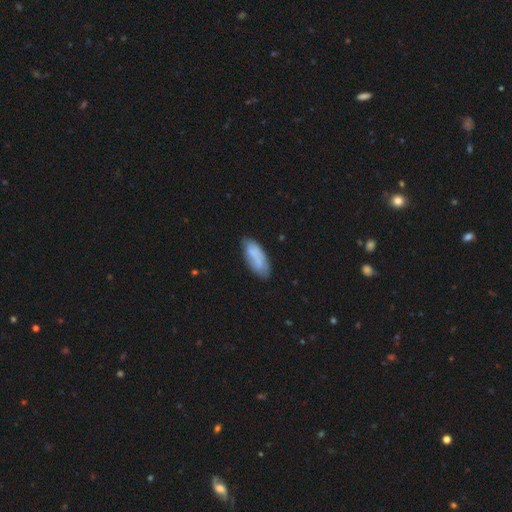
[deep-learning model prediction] smooth-or-featured: smooth: 72% | featured or disk: 21% | star or artifact: 7%
  how-rounded: in between: 80% | cigar-shaped: 18% | round: 2%
  merging: none: 67% | minor disturbance: 24% | major disturbance: 5% | merger: 4%